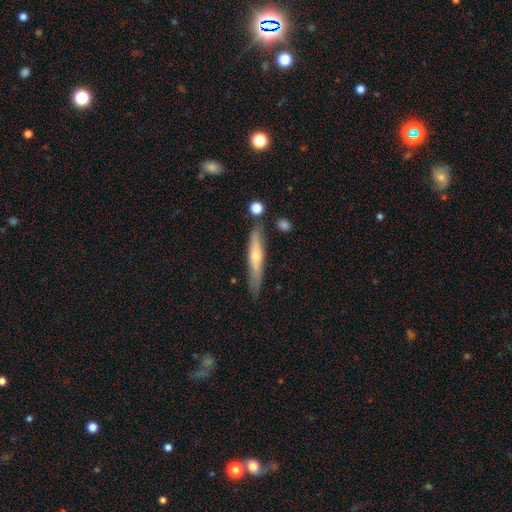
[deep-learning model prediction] Q: Smooth or featured?
A: featured or disk (54%); runner-up: smooth (40%)
Q: Edge-on disk?
A: yes (88%); runner-up: no (12%)
Q: Merging?
A: none (78%); runner-up: minor disturbance (14%)